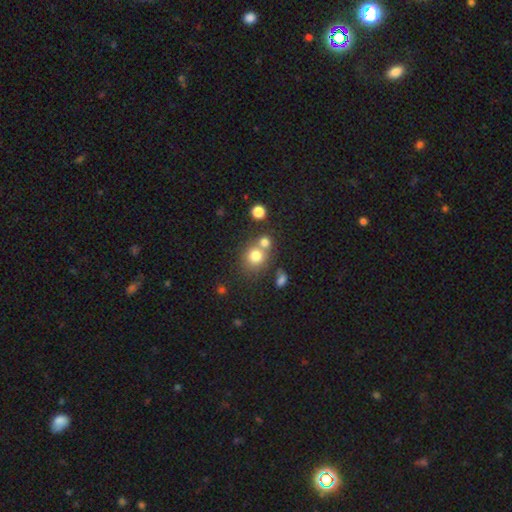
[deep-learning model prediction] Smooth or featured?
  - smooth: 77% *
  - star or artifact: 13%
  - featured or disk: 11%
How rounded?
  - round: 79% *
  - in between: 20%
  - cigar-shaped: 1%
Merging?
  - none: 49% *
  - merger: 37%
  - minor disturbance: 9%
  - major disturbance: 4%